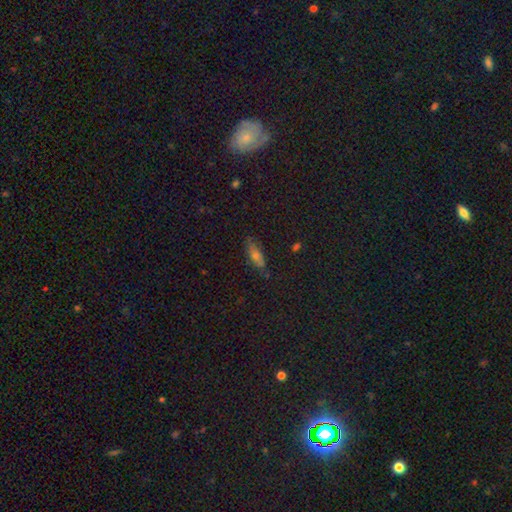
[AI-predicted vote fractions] smooth 57%, featured or disk 22%, star or artifact 21%. Down the decision tree: how rounded — in between (60%); merging — none (78%).